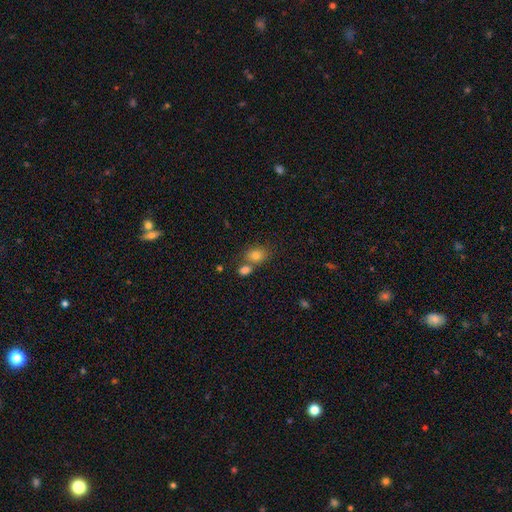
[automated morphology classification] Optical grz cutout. It shows a smooth galaxy with no disk features (77%) that is round (54%). Merging: none (58%).